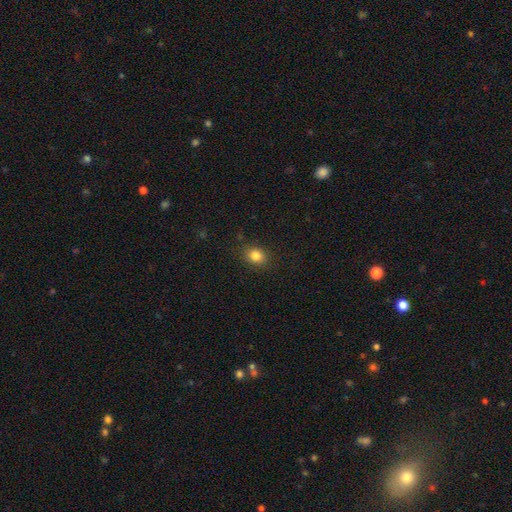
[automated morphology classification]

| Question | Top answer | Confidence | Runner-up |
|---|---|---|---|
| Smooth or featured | smooth | 83% | star or artifact (11%) |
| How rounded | round | 54% | in between (45%) |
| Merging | none | 85% | minor disturbance (11%) |